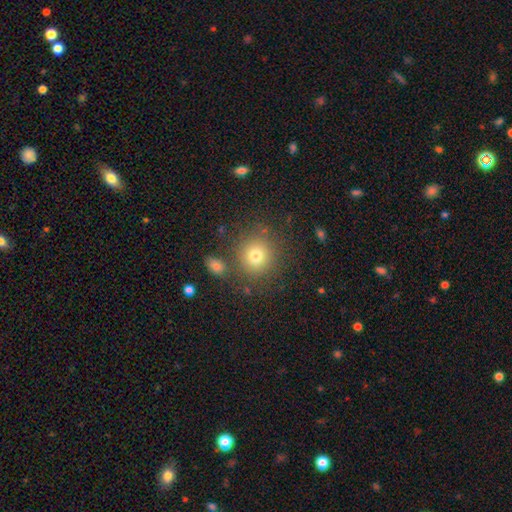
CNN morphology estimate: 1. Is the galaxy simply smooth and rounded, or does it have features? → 76% smooth, 14% star or artifact, 10% featured or disk.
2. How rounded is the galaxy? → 90% round, 9% in between, 1% cigar-shaped.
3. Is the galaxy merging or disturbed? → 81% none, 9% minor disturbance, 6% merger, 4% major disturbance.